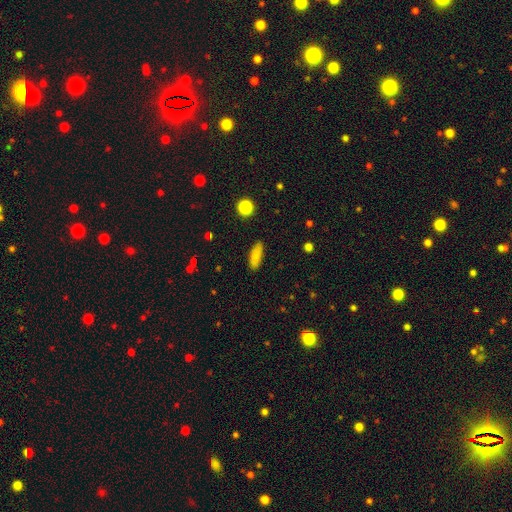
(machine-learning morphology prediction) Smooth or featured?
  - smooth: 85% *
  - star or artifact: 8%
  - featured or disk: 7%
How rounded?
  - in between: 58% *
  - cigar-shaped: 40%
  - round: 3%
Merging?
  - none: 88% *
  - minor disturbance: 9%
  - major disturbance: 2%
  - merger: 1%